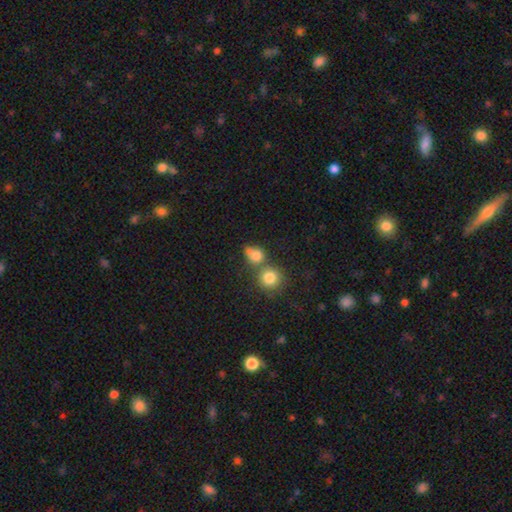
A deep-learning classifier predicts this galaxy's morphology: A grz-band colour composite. It shows a smooth galaxy with no disk features (76%) that is round (72%). Merging: merger (47%).